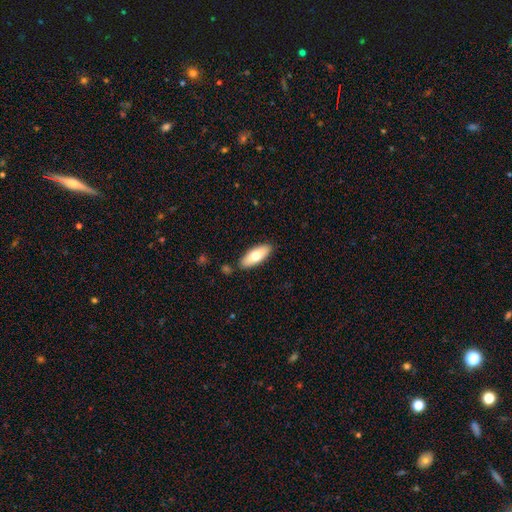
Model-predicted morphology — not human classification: type=smooth (69%); roundness=in between (73%); merging=none (86%).